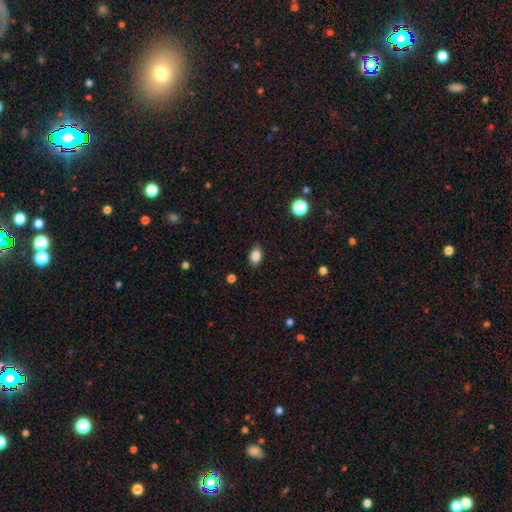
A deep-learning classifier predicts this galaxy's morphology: Smooth or featured? Predicted: smooth (p=0.86). How rounded? Predicted: in between (p=0.80). Merging? Predicted: none (p=0.83).